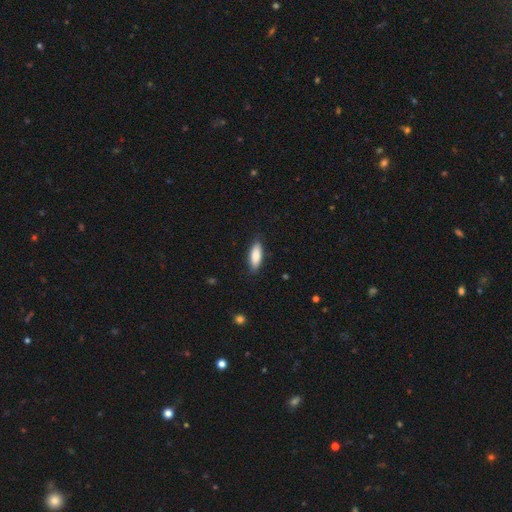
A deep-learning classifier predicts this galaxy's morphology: Smooth or featured?
  - smooth: 85% *
  - featured or disk: 9%
  - star or artifact: 6%
How rounded?
  - in between: 67% *
  - cigar-shaped: 31%
  - round: 2%
Merging?
  - none: 85% *
  - minor disturbance: 12%
  - major disturbance: 2%
  - merger: 1%